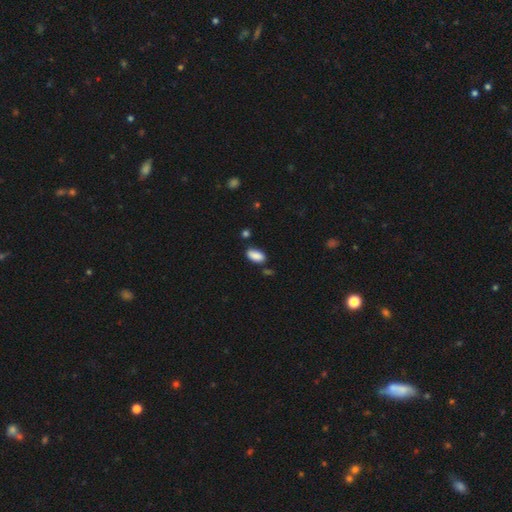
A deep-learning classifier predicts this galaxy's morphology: Smooth or featured: smooth — 89% (star or artifact — 7%)
How rounded: in between — 92% (cigar-shaped — 5%)
Merging: none — 77% (minor disturbance — 15%)